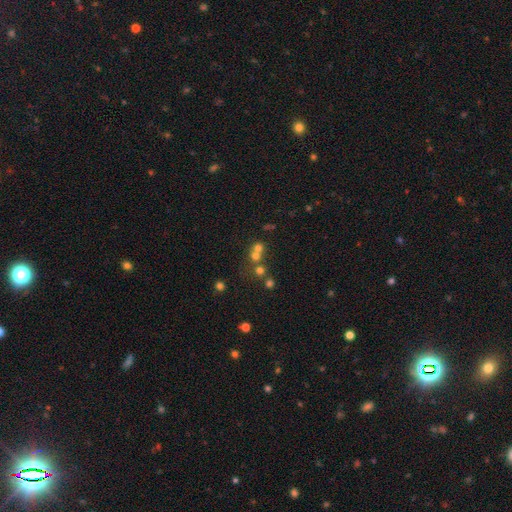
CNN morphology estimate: A smooth galaxy with no disk features (60%) that is round (86%).

Vote fractions:
- Smooth or featured? smooth: 60% / star or artifact: 23% / featured or disk: 18%
- How rounded? round: 86% / in between: 13% / cigar-shaped: 1%
- Merging? merger: 50% / none: 41% / minor disturbance: 6% / major disturbance: 4%